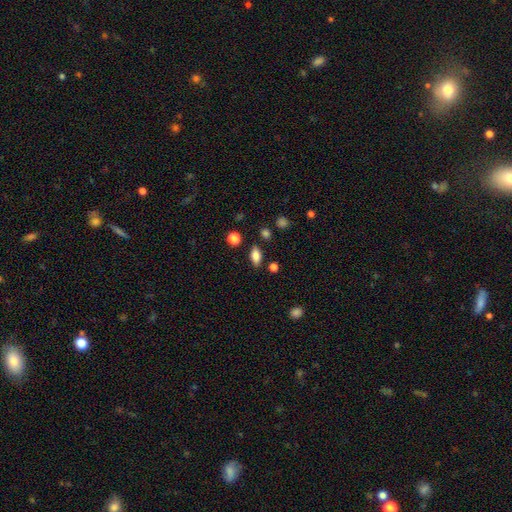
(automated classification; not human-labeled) Overall: smooth (78%). How rounded: in between (83%). Merging: none (84%).